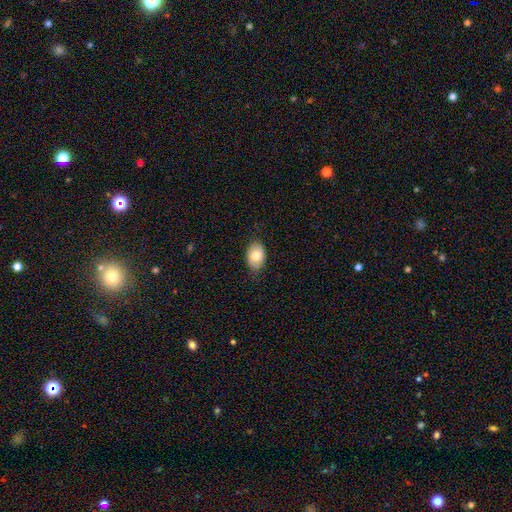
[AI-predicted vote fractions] A smooth galaxy with no disk features (78%) that is in between round and cigar-shaped (85%). Merging: none (80%).